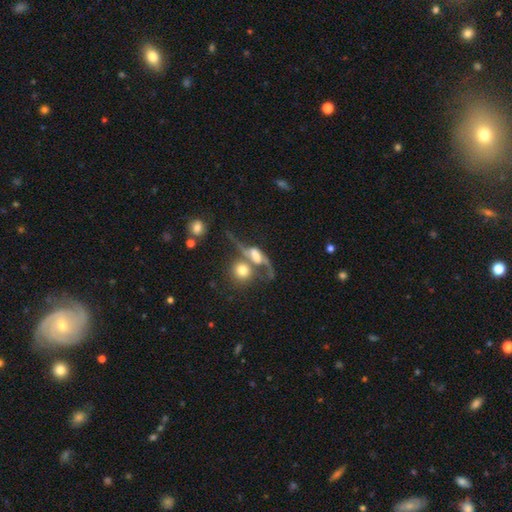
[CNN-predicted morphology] The model was most divided on "bulge size": moderate: 34%, large: 30%, small: 18%, none: 10%, dominant: 7%. Remaining: spiral arms — yes (85%); edge-on disk — no (83%); smooth or featured — featured or disk (69%); bar — no (41%); merging — merger (40%).